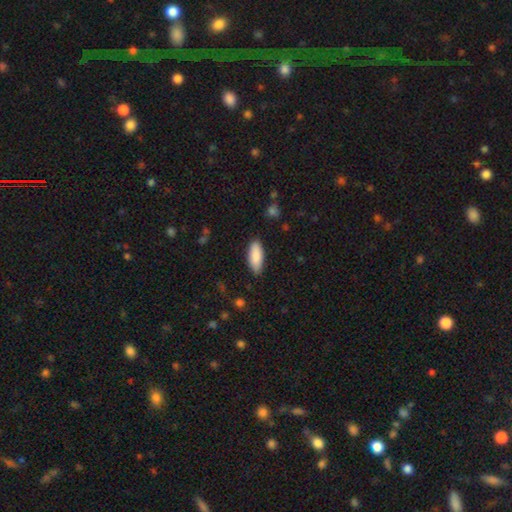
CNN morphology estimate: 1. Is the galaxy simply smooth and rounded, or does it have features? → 89% smooth, 6% star or artifact, 5% featured or disk.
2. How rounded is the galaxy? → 75% in between, 23% cigar-shaped, 2% round.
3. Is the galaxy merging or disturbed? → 86% none, 10% minor disturbance, 2% major disturbance, 1% merger.